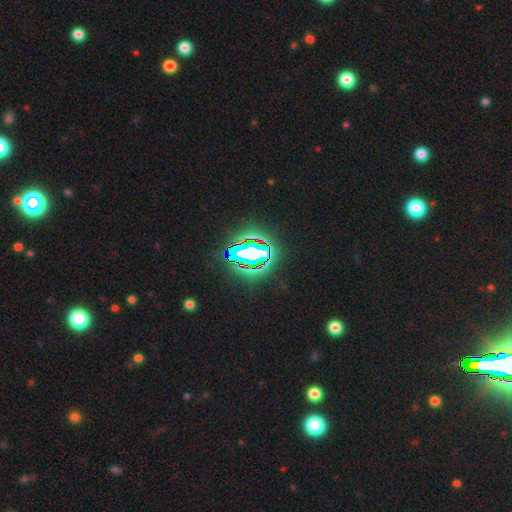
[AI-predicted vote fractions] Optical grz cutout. It shows a star or artifact, not a galaxy (73%).